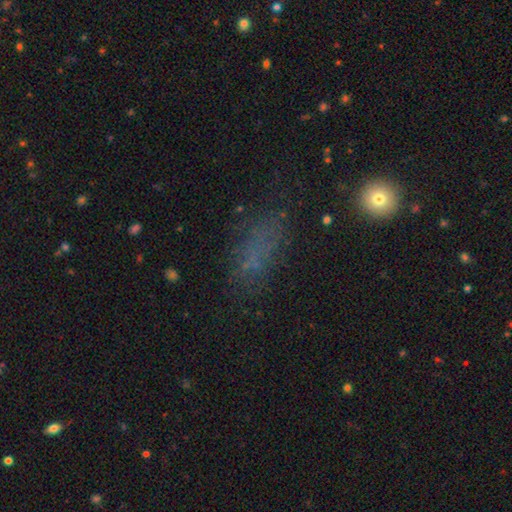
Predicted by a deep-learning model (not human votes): This appears to be a smooth galaxy with no disk features (56%) that is in between round and cigar-shaped (72%). Merging: none (56%).